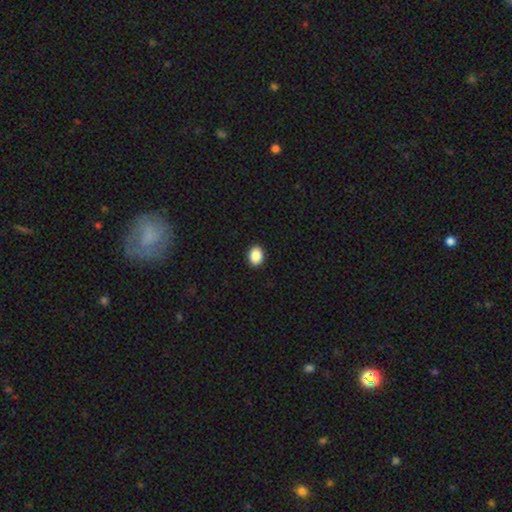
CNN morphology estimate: Overall: smooth (89%). How rounded: in between (68%; round 31%). Merging: none (92%).